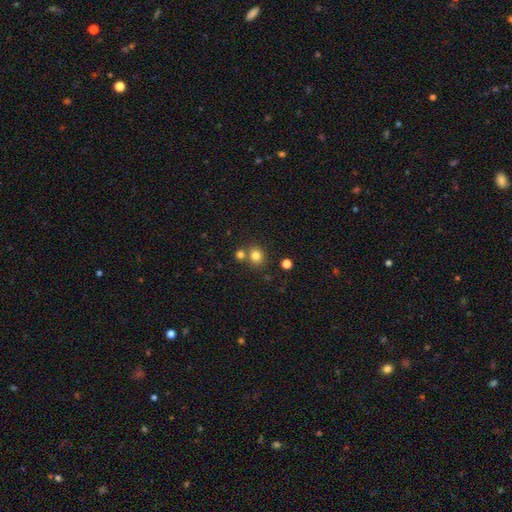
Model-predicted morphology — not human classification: Smooth or featured? smooth (80%)
How rounded? round (82%)
Merging? none (69%)